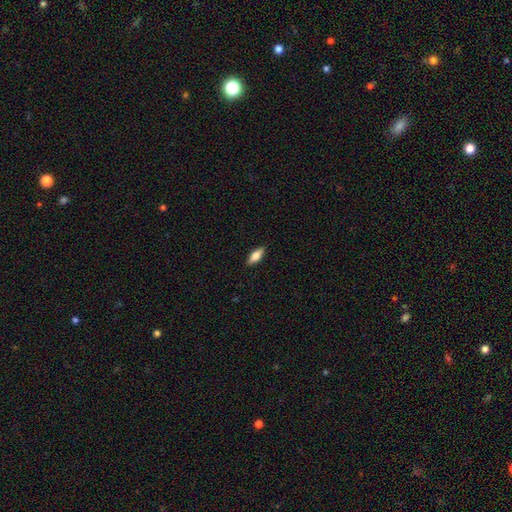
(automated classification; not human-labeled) A smooth galaxy with no disk features (69%) that is in between round and cigar-shaped (69%). Merging: none (89%).